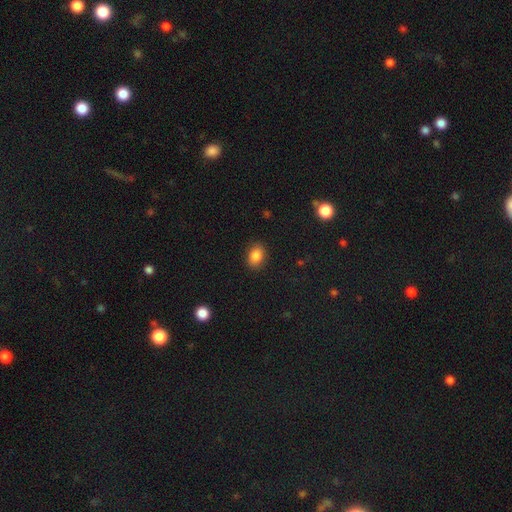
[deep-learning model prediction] Smooth or featured?
  - smooth: 86% *
  - star or artifact: 9%
  - featured or disk: 5%
How rounded?
  - in between: 72% *
  - round: 27%
  - cigar-shaped: 1%
Merging?
  - none: 87% *
  - minor disturbance: 9%
  - major disturbance: 3%
  - merger: 1%